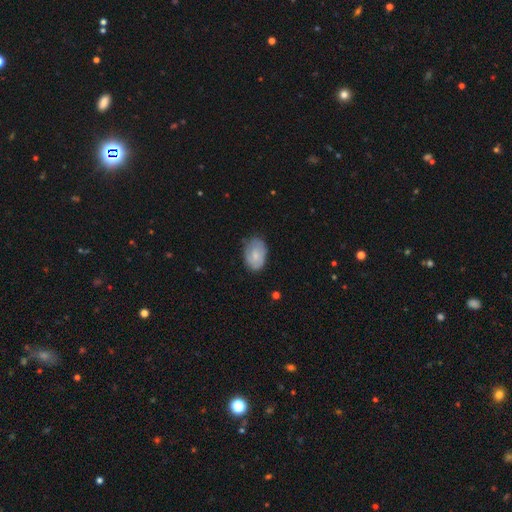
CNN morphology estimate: Q: Smooth or featured?
A: smooth (69%); runner-up: featured or disk (24%)
Q: How rounded?
A: in between (86%); runner-up: round (12%)
Q: Merging?
A: none (70%); runner-up: minor disturbance (24%)